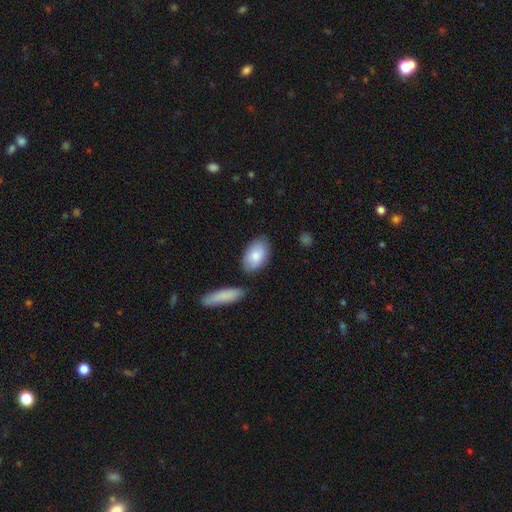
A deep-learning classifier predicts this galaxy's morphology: Overall: smooth (82%). How rounded: in between (91%). Merging: none (75%).